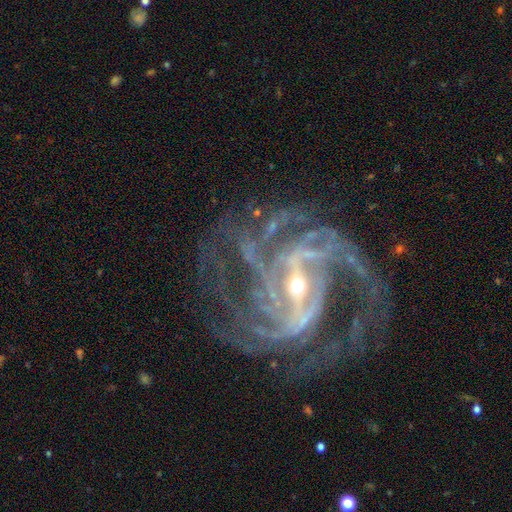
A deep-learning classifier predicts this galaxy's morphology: type=featured or disk (91%); edge-on=no (97%); bar=strong (56%); spiral arms=yes (98%); winding=medium (48%); arm count=3 (22%, tied with 4); bulge=small (61%); merging=none (62%).